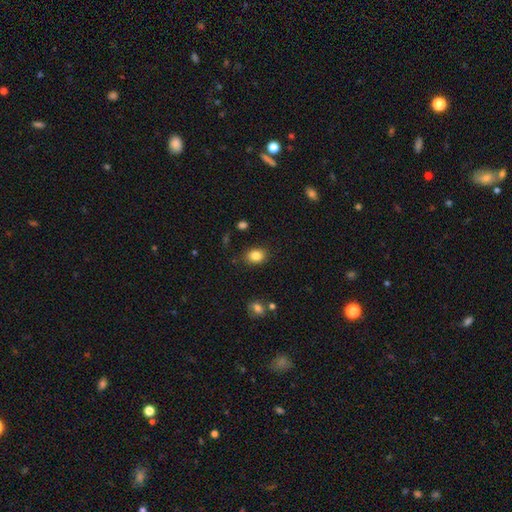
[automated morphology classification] This appears to be a smooth galaxy with no disk features (84%) that is in between round and cigar-shaped (65%). Merging: none (84%).